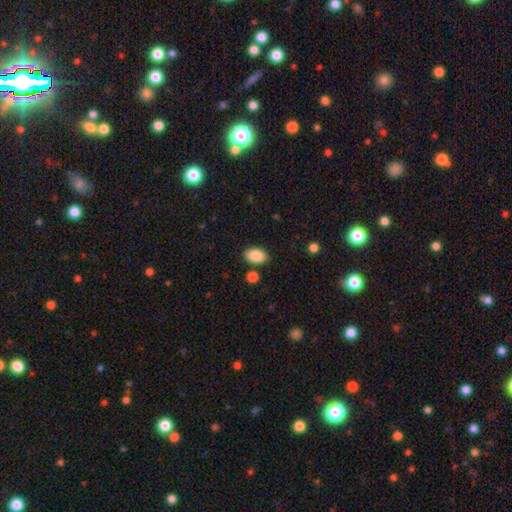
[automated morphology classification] The model was most divided on "merging": none: 83%, minor disturbance: 10%, merger: 4%, major disturbance: 2%. More confident: how rounded — in between (90%); smooth or featured — smooth (87%).